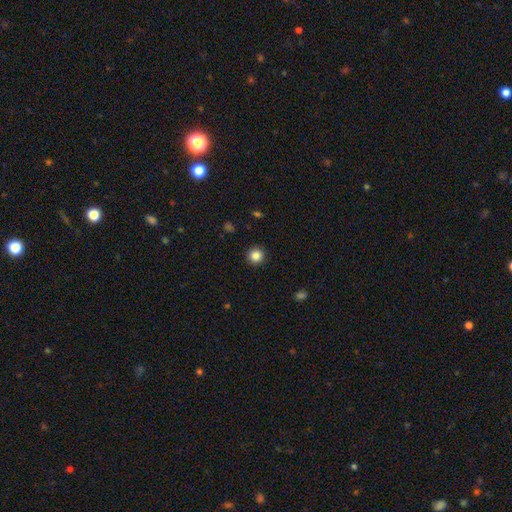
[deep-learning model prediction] Smooth or featured: smooth — 85% (star or artifact — 11%)
How rounded: round — 95% (in between — 4%)
Merging: none — 93% (minor disturbance — 5%)